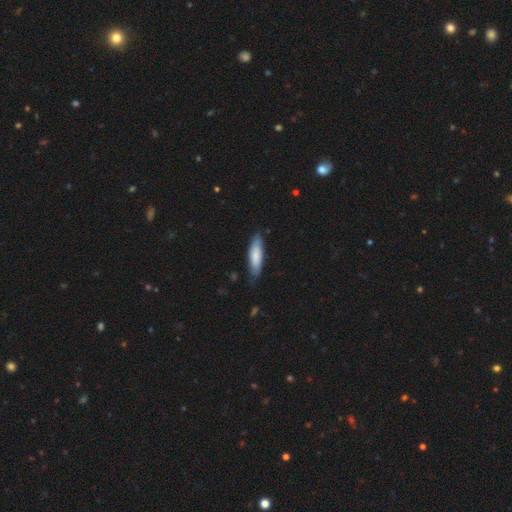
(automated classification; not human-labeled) Smooth or featured?
  - smooth: 77% *
  - featured or disk: 18%
  - star or artifact: 5%
How rounded?
  - cigar-shaped: 57% *
  - in between: 41%
  - round: 1%
Merging?
  - none: 75% *
  - minor disturbance: 21%
  - major disturbance: 3%
  - merger: 1%